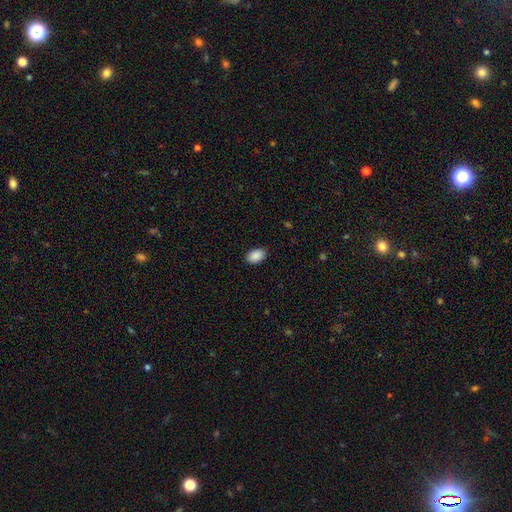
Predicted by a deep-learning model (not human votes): This is clearly a smooth galaxy (90%). How rounded: clearly in between (89%). Merging: clearly none (87%).